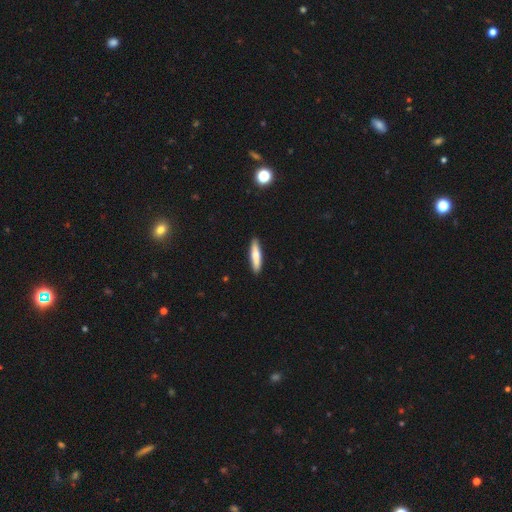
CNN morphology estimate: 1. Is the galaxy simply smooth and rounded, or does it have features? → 70% smooth, 24% featured or disk, 6% star or artifact.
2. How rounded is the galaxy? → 82% cigar-shaped, 17% in between, 1% round.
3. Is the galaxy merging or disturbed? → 90% none, 8% minor disturbance, 2% major disturbance, 1% merger.